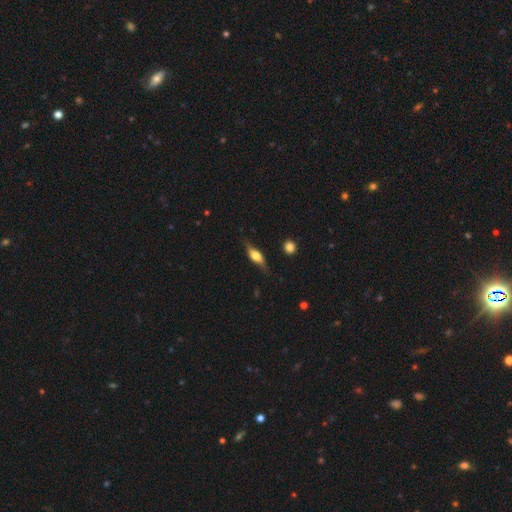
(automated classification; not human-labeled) Smooth or featured? smooth (48%)
Merging? none (71%)